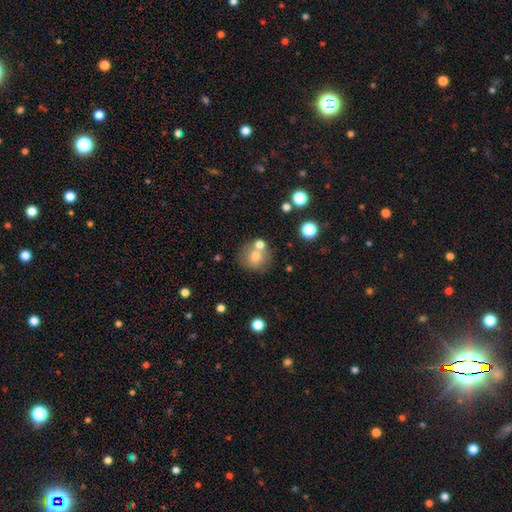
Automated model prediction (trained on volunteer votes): The model was most divided on "merging": none: 60%, merger: 24%, minor disturbance: 11%, major disturbance: 5%. More confident: how rounded — round (88%); smooth or featured — smooth (72%).